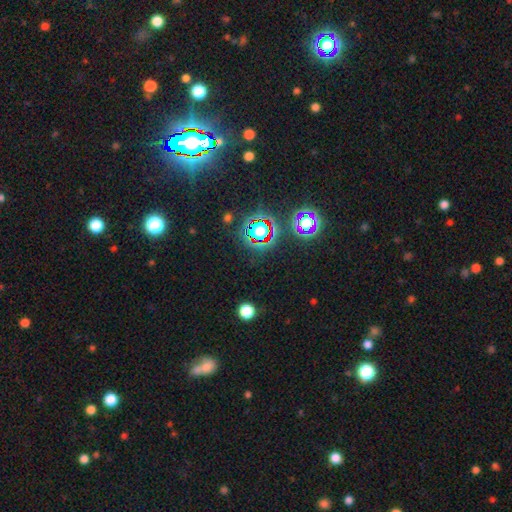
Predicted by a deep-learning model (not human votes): Smooth or featured? star or artifact (80%)